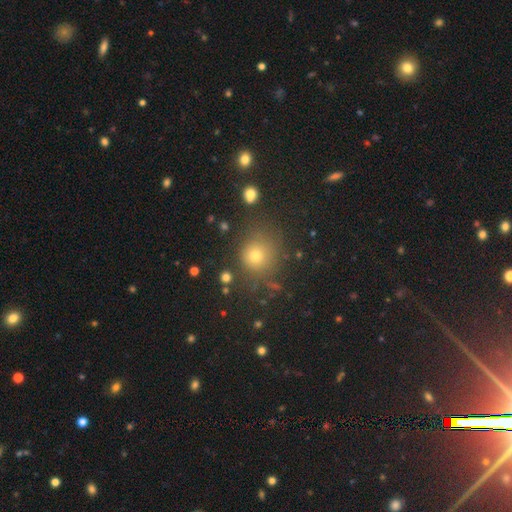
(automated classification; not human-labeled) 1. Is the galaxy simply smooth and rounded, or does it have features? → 70% smooth, 22% star or artifact, 8% featured or disk.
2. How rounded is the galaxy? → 88% round, 11% in between, 1% cigar-shaped.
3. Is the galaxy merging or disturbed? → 79% none, 12% minor disturbance, 5% major disturbance, 4% merger.